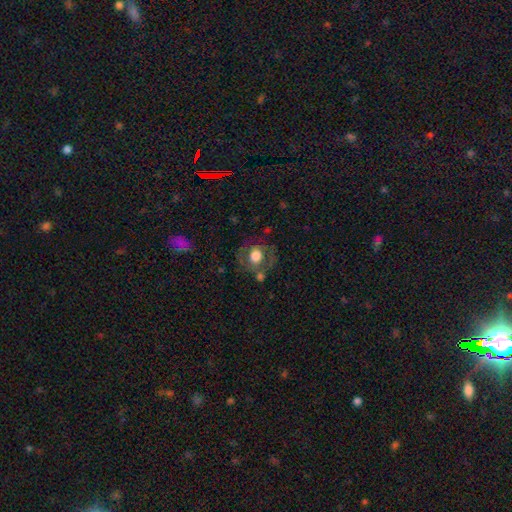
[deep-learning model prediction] Smooth or featured?
  - smooth: 56% *
  - featured or disk: 35%
  - star or artifact: 9%
How rounded?
  - round: 75% *
  - in between: 24%
  - cigar-shaped: 1%
Merging?
  - none: 66% *
  - minor disturbance: 17%
  - major disturbance: 9%
  - merger: 8%